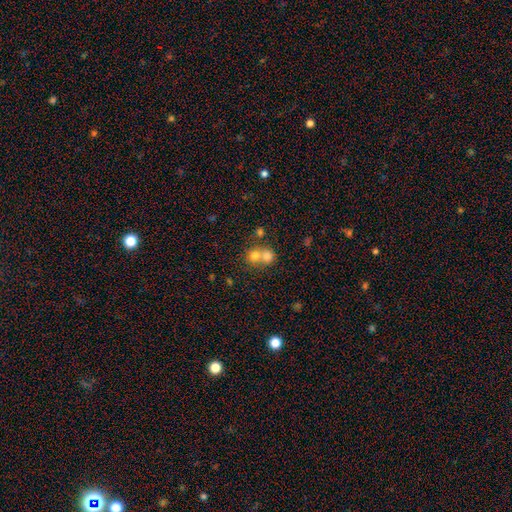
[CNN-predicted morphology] The model was most divided on "merging": merger: 58%, none: 35%, minor disturbance: 4%, major disturbance: 2%. More confident: how rounded — round (83%); smooth or featured — smooth (73%).